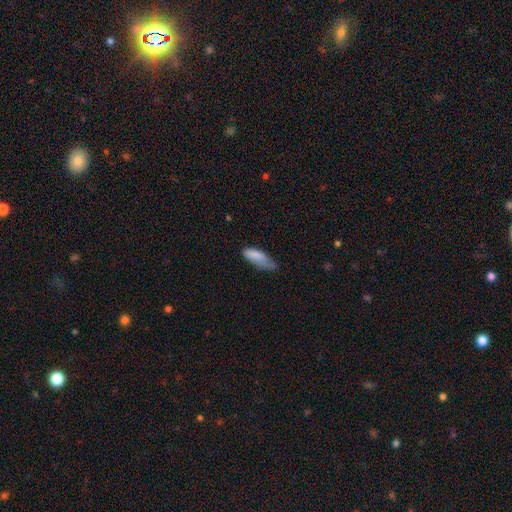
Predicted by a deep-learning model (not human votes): A smooth galaxy with no disk features (82%) that is in between round and cigar-shaped (62%).

Vote fractions:
- Smooth or featured? smooth: 82% / featured or disk: 11% / star or artifact: 7%
- How rounded? in between: 62% / cigar-shaped: 36% / round: 2%
- Merging? minor disturbance: 44% / none: 35% / major disturbance: 17% / merger: 3%